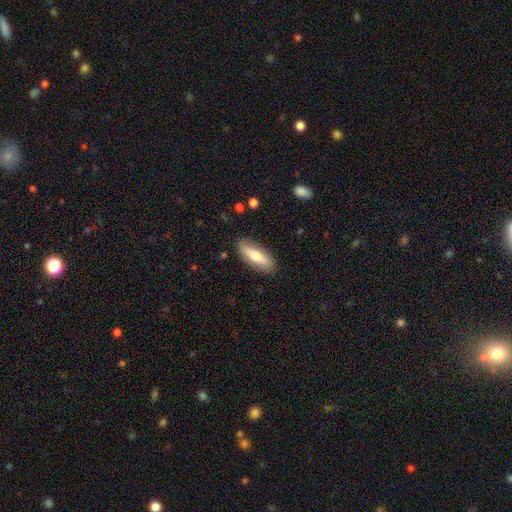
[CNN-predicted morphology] Smooth or featured: smooth — 64% (featured or disk — 31%)
How rounded: in between — 58% (cigar-shaped — 40%)
Merging: none — 87% (minor disturbance — 10%)